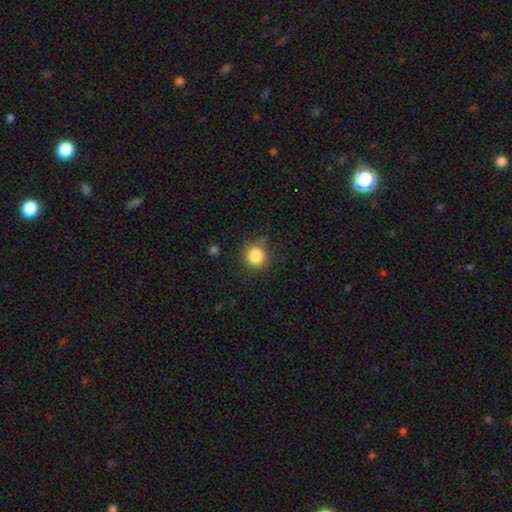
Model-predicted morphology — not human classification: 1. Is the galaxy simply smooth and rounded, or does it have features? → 85% smooth, 11% star or artifact, 4% featured or disk.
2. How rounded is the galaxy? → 92% round, 7% in between, 1% cigar-shaped.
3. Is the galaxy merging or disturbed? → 81% none, 13% minor disturbance, 4% major disturbance, 2% merger.